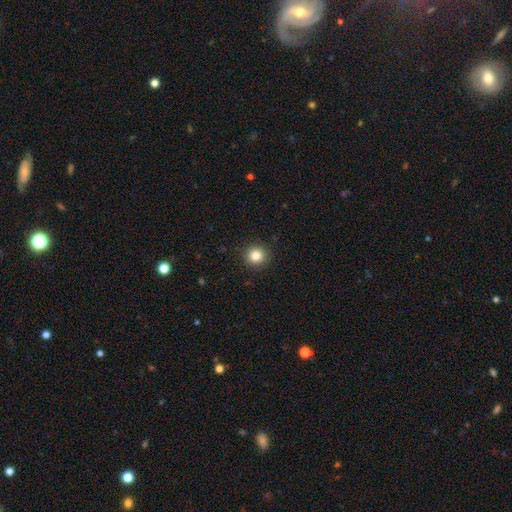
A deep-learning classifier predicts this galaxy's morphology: A smooth galaxy with no disk features (84%) that is round (94%). Merging: none (92%).